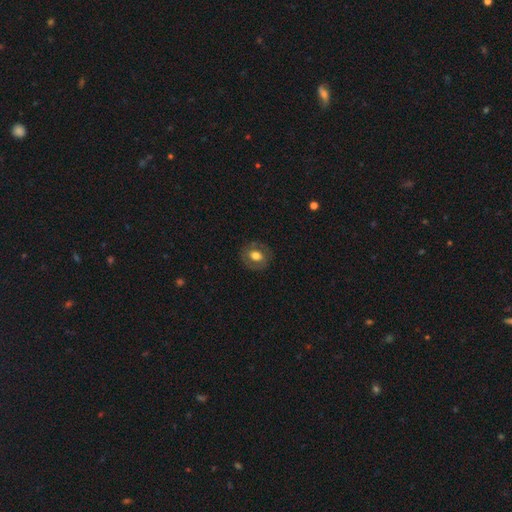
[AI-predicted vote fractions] Smooth or featured? smooth (59%)
How rounded? round (67%)
Merging? none (84%)